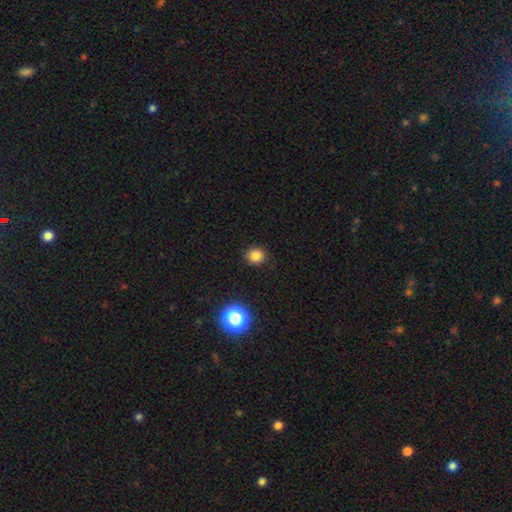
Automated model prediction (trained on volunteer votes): Overall: smooth (82%). How rounded: round (74%). Merging: none (89%).